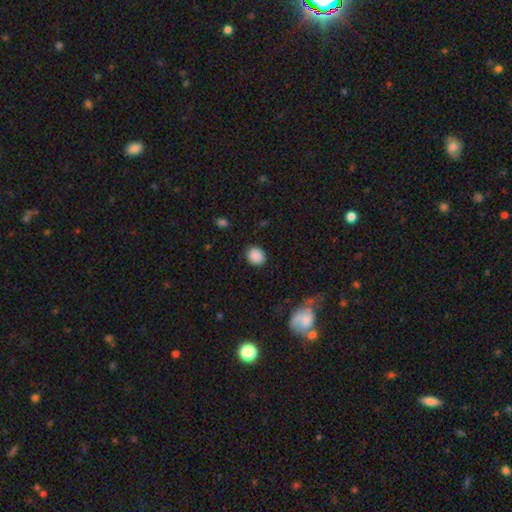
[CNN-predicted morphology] Q: Smooth or featured?
A: smooth (88%); runner-up: star or artifact (8%)
Q: How rounded?
A: round (70%); runner-up: in between (29%)
Q: Merging?
A: none (87%); runner-up: minor disturbance (8%)